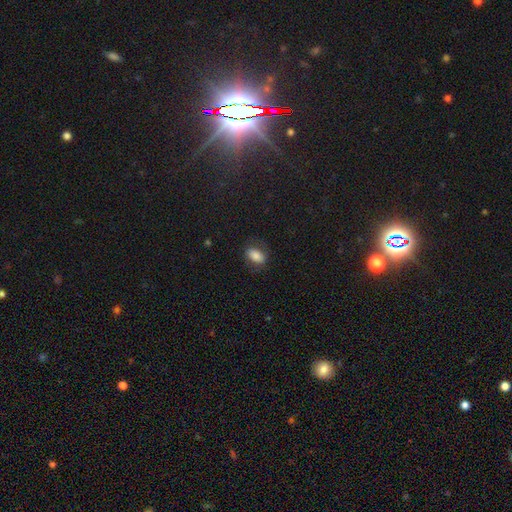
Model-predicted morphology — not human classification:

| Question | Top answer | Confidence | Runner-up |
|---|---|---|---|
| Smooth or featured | smooth | 81% | featured or disk (10%) |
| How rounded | in between | 89% | round (8%) |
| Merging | none | 77% | minor disturbance (16%) |